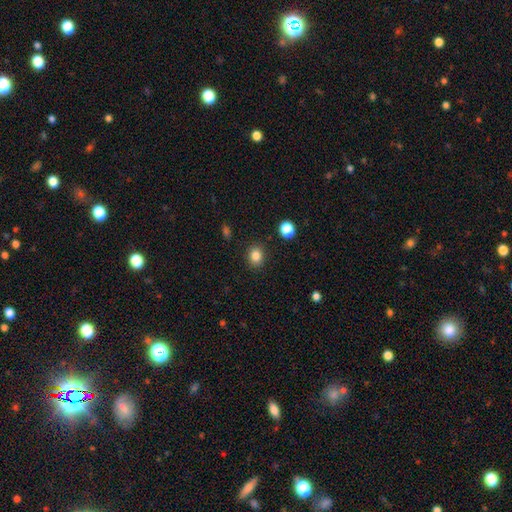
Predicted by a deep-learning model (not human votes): Smooth or featured: smooth — 84% (star or artifact — 11%)
How rounded: round — 64% (in between — 35%)
Merging: none — 89% (minor disturbance — 7%)